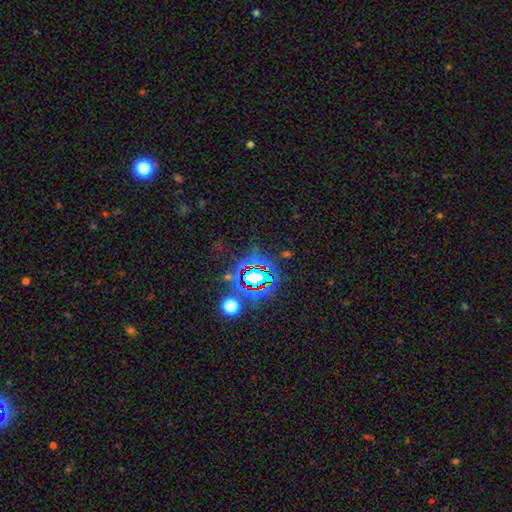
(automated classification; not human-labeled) Morphology: type=star or artifact (78%).